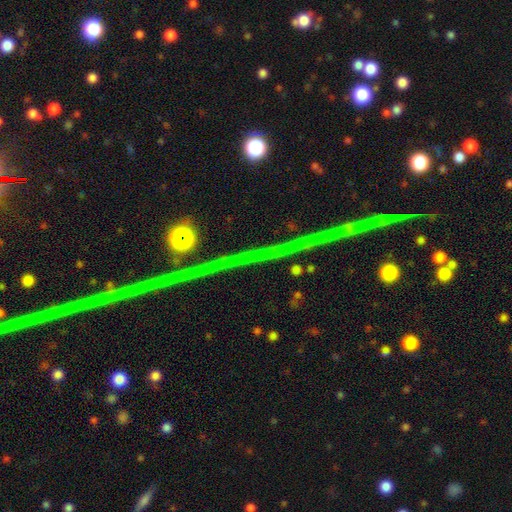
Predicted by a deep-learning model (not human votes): Smooth or featured: star or artifact — 80% (featured or disk — 13%)